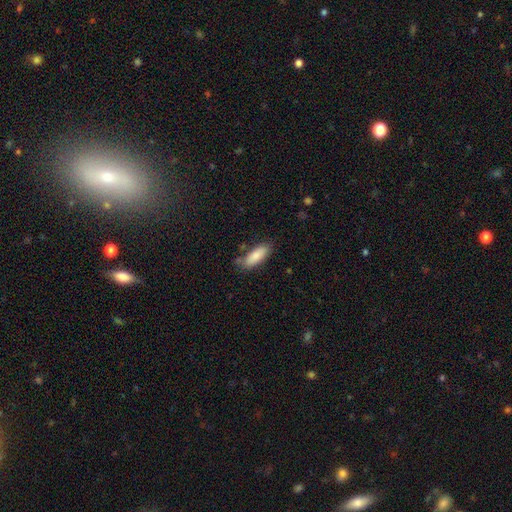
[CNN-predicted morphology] Smooth or featured? smooth (85%)
How rounded? in between (67%)
Merging? none (73%)